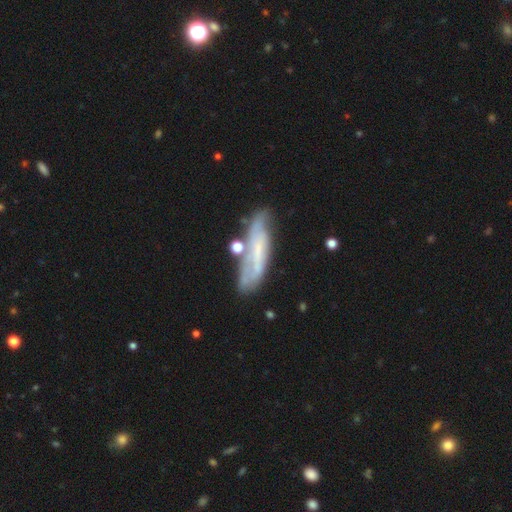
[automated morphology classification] type=featured or disk (56%); edge-on=no (65%); merging=none (53%).